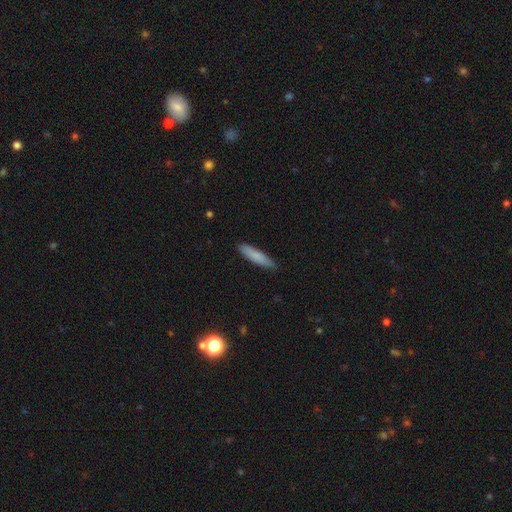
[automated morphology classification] Smooth or featured?
  - smooth: 81% *
  - featured or disk: 13%
  - star or artifact: 6%
How rounded?
  - cigar-shaped: 79% *
  - in between: 20%
  - round: 1%
Merging?
  - none: 84% *
  - minor disturbance: 13%
  - major disturbance: 2%
  - merger: 1%